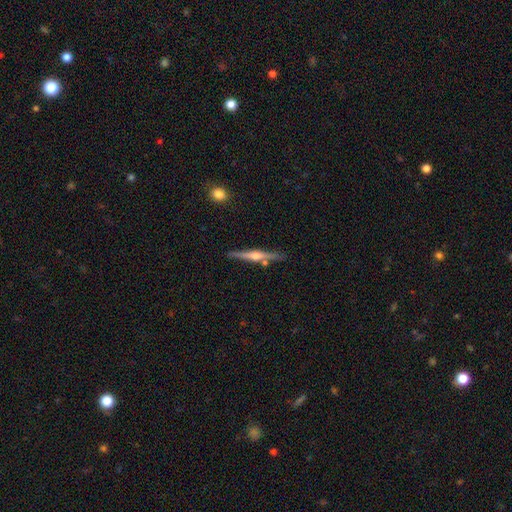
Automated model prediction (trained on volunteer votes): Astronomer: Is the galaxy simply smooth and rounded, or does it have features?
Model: featured or disk — 76%.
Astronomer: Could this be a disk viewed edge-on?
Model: yes — 98%.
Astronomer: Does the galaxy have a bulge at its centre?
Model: rounded — 91%.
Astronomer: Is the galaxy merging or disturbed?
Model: none — 84%.